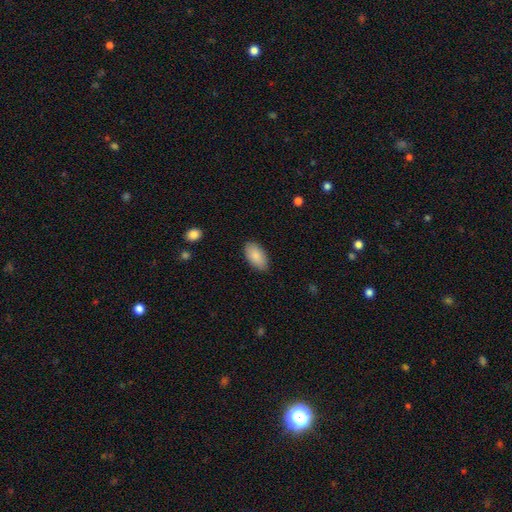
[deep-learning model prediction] smooth 88%, featured or disk 6%, star or artifact 6%. Down the decision tree: how rounded — in between (95%); merging — none (86%).